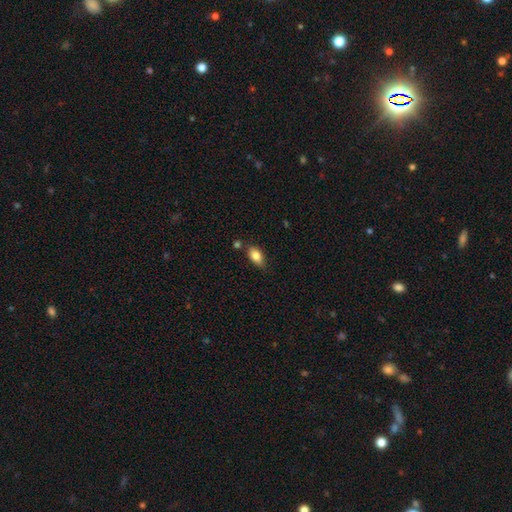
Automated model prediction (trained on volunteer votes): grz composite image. It shows a smooth galaxy with no disk features (83%) that is in between round and cigar-shaped (89%). Merging: none (68%).